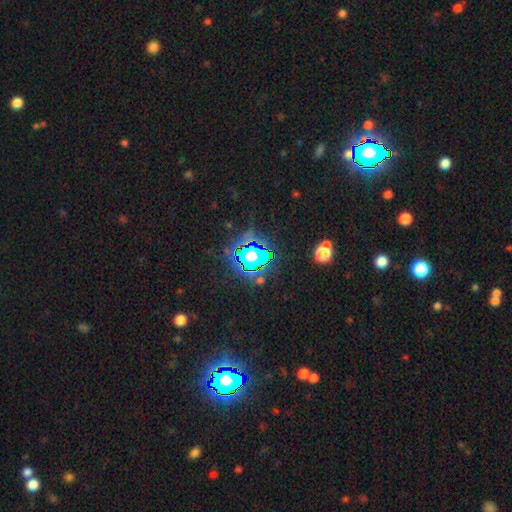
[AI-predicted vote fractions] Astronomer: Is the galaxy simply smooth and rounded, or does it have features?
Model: star or artifact — 82%.